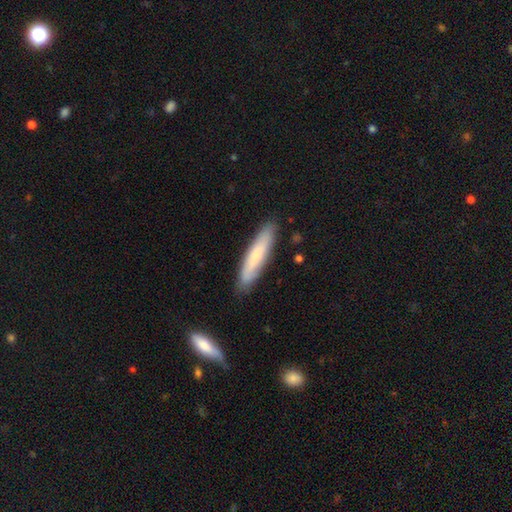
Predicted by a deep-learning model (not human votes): This is likely a smooth galaxy (68%). How rounded: clearly cigar-shaped (84%). Merging: clearly none (85%).